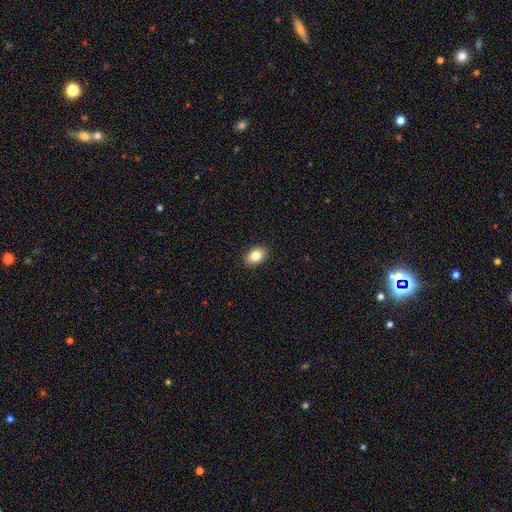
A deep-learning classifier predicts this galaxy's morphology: Smooth or featured? Predicted: smooth (p=0.83). How rounded? Predicted: in between (p=0.82). Merging? Predicted: none (p=0.90).